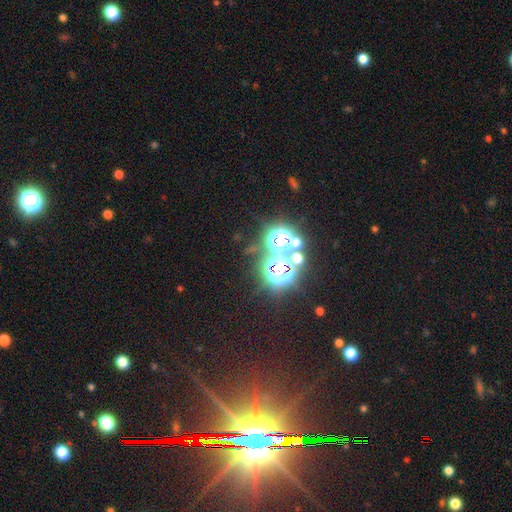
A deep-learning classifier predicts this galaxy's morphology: This is likely a star or artifact rather than a galaxy (78%).